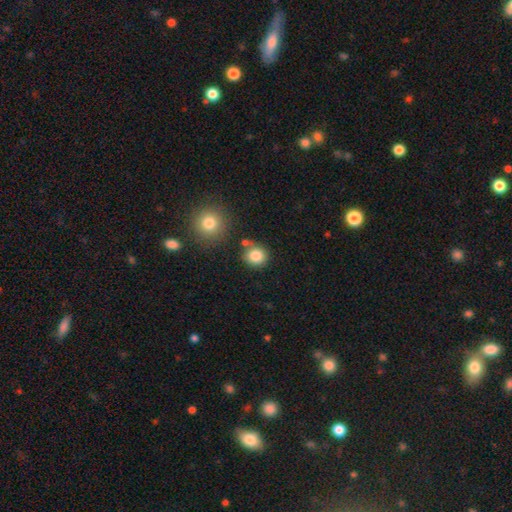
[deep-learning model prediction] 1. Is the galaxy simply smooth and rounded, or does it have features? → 84% smooth, 10% star or artifact, 6% featured or disk.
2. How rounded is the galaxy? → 86% round, 13% in between, 1% cigar-shaped.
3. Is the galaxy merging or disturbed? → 77% none, 10% minor disturbance, 9% merger, 3% major disturbance.